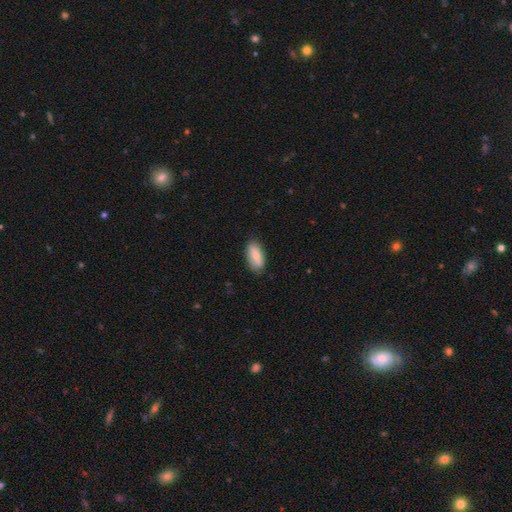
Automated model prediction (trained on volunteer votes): Smooth or featured? smooth (78%)
How rounded? in between (87%)
Merging? none (82%)